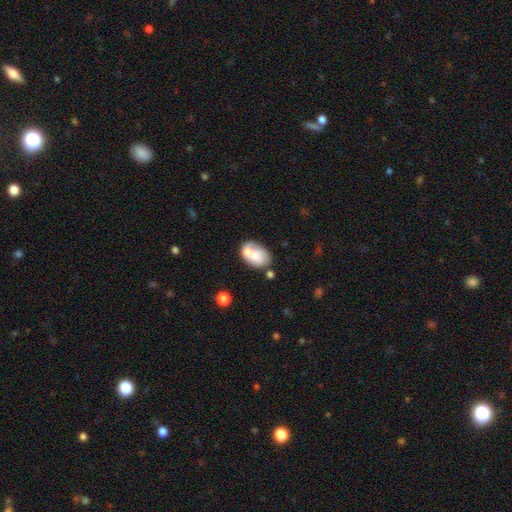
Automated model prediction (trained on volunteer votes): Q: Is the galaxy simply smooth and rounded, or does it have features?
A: smooth — 65%.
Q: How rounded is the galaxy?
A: in between — 84%.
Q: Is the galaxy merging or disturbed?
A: merger — 42%.